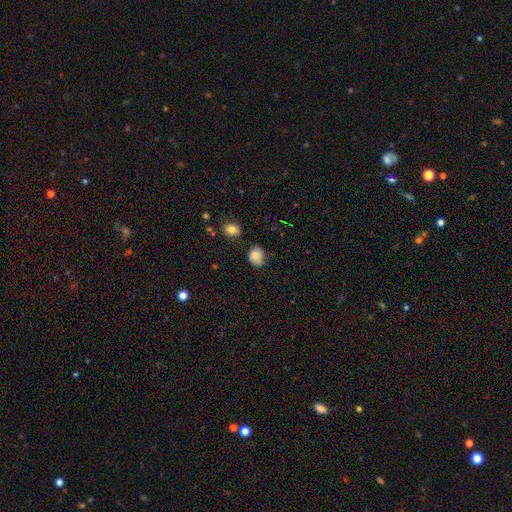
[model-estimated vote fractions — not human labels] Smooth or featured? Predicted: smooth (p=0.83). How rounded? Predicted: round (p=0.59). Merging? Predicted: none (p=0.57).